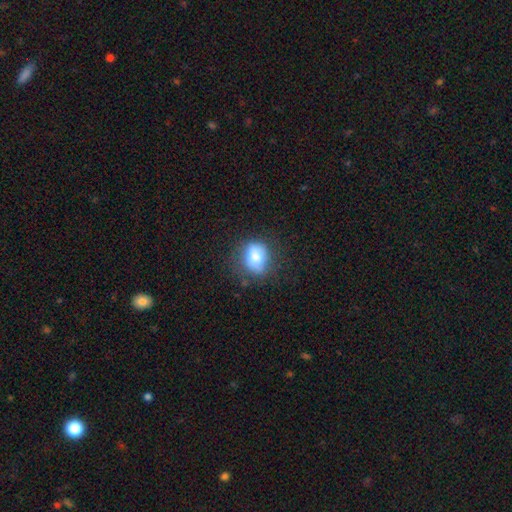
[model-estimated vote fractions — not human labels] This appears to be a smooth galaxy with no disk features (78%) that is in between round and cigar-shaped (50%). Merging: none (63%).